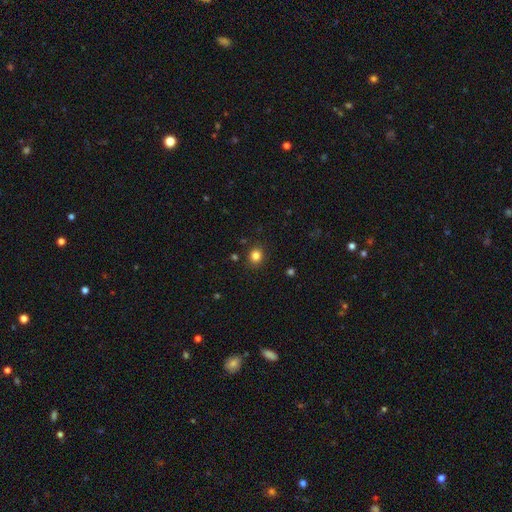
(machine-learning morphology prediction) type=smooth (83%); roundness=round (73%); merging=none (89%).